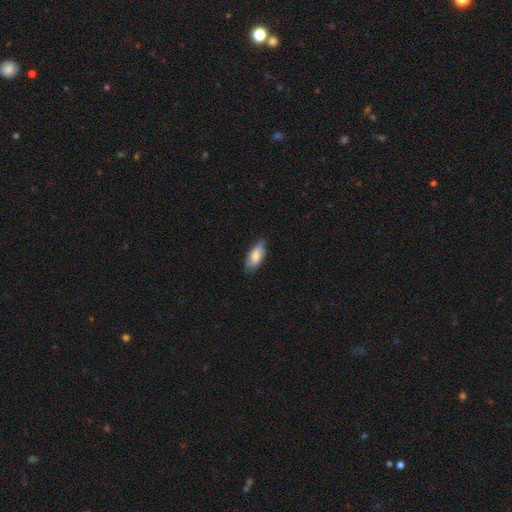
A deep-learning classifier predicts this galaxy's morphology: Smooth or featured? smooth (74%)
How rounded? in between (82%)
Merging? none (76%)